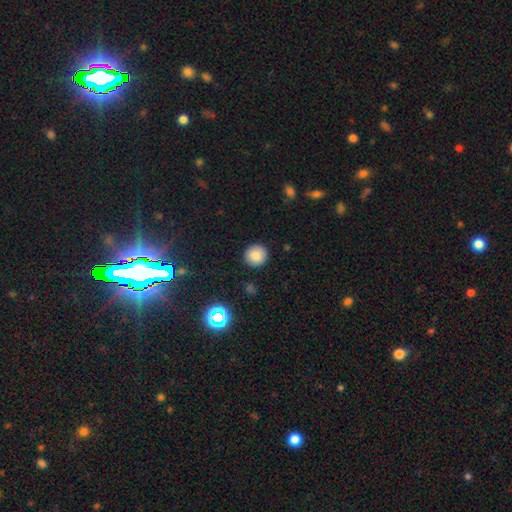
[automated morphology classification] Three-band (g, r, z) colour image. It shows a smooth galaxy with no disk features (82%) that is round (93%). Merging: none (91%).